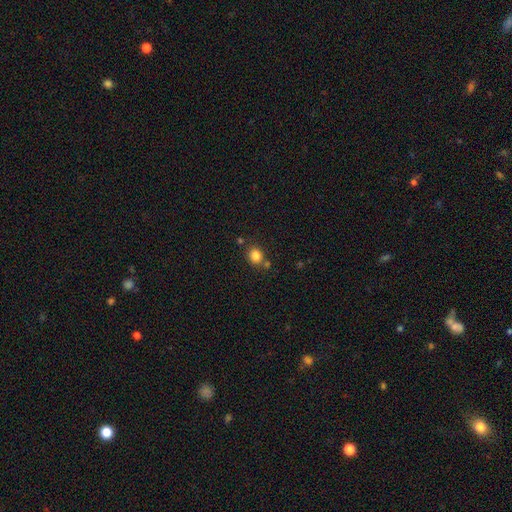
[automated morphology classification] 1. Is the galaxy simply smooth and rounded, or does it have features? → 83% smooth, 12% star or artifact, 5% featured or disk.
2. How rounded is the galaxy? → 72% round, 27% in between, 1% cigar-shaped.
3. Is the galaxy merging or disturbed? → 72% none, 14% merger, 11% minor disturbance, 3% major disturbance.